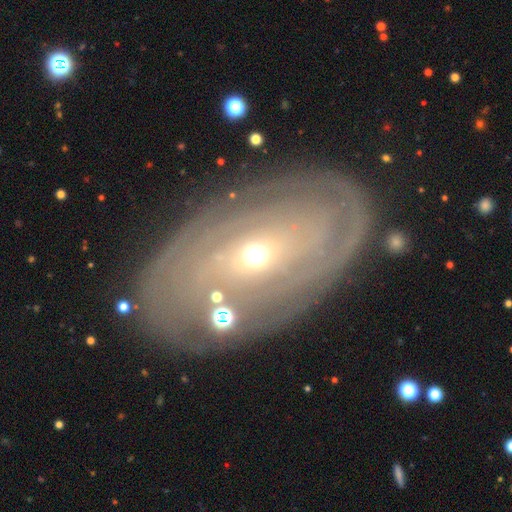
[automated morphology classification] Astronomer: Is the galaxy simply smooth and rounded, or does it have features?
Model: featured or disk — 80%.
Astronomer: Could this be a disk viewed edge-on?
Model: no — 91%.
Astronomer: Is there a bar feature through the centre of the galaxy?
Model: no — 65%.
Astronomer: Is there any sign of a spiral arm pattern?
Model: yes — 79%.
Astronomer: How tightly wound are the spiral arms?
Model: tight — 66%.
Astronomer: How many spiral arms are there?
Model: can't tell — 37% (runner-up: 2, 34%).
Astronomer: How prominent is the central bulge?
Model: moderate — 50% (runner-up: small, 43%).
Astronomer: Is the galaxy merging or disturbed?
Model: none — 70%.